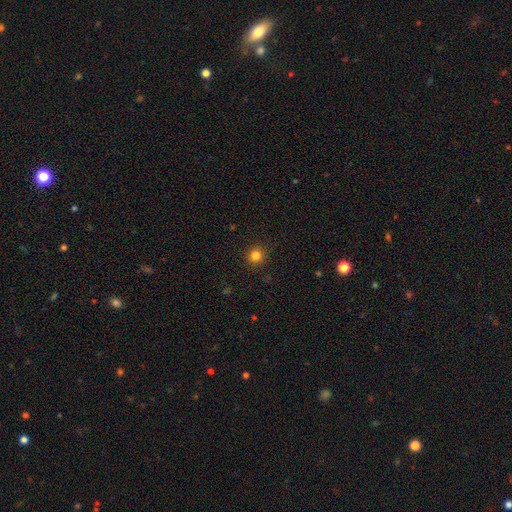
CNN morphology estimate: smooth 82%, star or artifact 13%, featured or disk 5%. Down the decision tree: how rounded — round (93%); merging — none (90%).